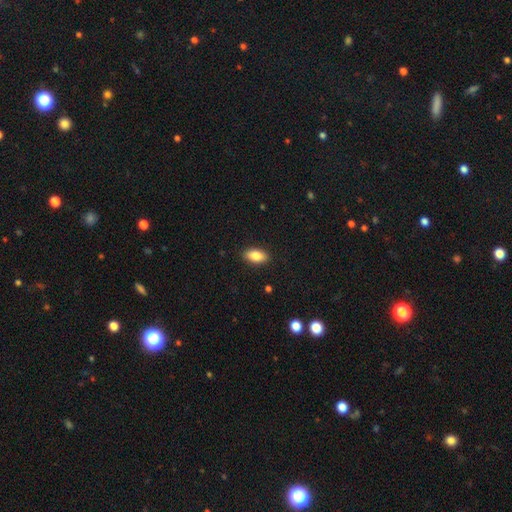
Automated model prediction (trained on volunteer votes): Smooth or featured? Predicted: smooth (p=0.85). How rounded? Predicted: in between (p=0.90). Merging? Predicted: none (p=0.89).